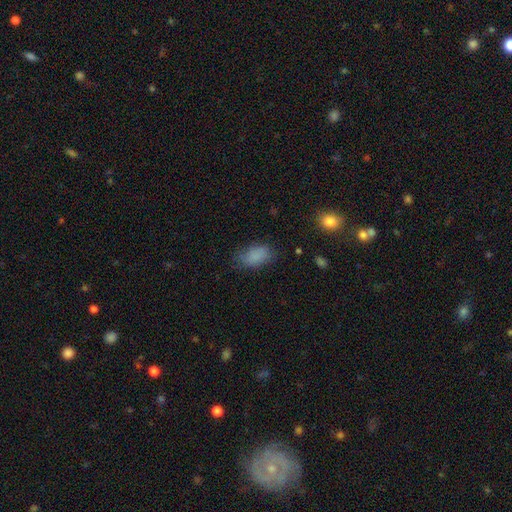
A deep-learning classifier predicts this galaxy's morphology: type=smooth (85%); roundness=in between (91%); merging=none (72%).